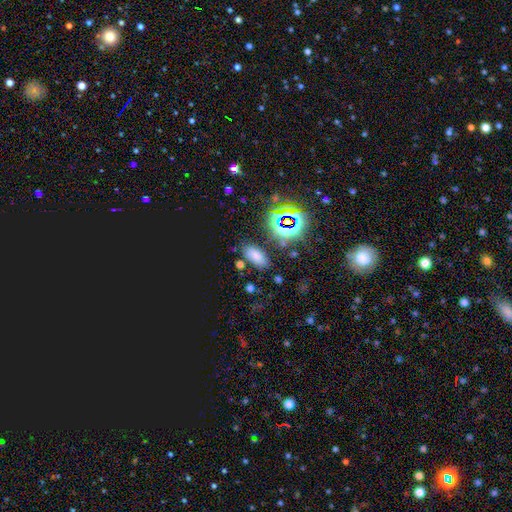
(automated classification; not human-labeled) The model was most divided on "smooth or featured": smooth: 64%, star or artifact: 28%, featured or disk: 9%. More confident: how rounded — in between (90%); merging — none (79%).